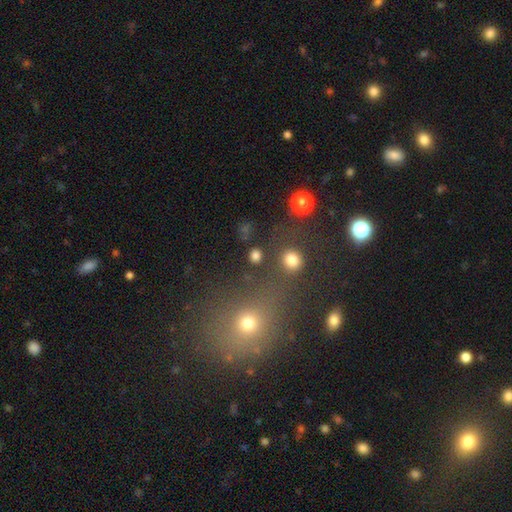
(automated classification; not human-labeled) A smooth galaxy with no disk features (79%) that is round (82%). Merging: none (83%).